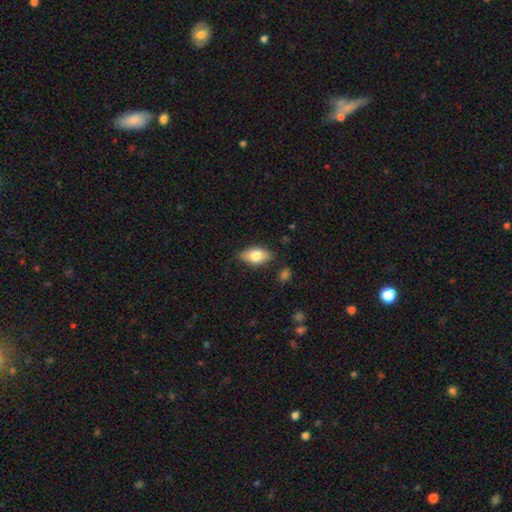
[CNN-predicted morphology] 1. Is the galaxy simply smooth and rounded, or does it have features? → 77% smooth, 16% featured or disk, 7% star or artifact.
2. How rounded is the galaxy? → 89% in between, 5% round, 5% cigar-shaped.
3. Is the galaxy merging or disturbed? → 82% none, 14% minor disturbance, 3% major disturbance, 2% merger.